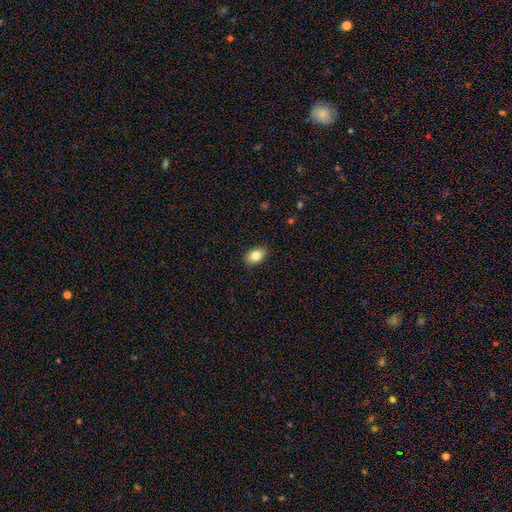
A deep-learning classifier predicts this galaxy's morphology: smooth 81%, featured or disk 11%, star or artifact 8%. Down the decision tree: how rounded — in between (87%); merging — none (89%).